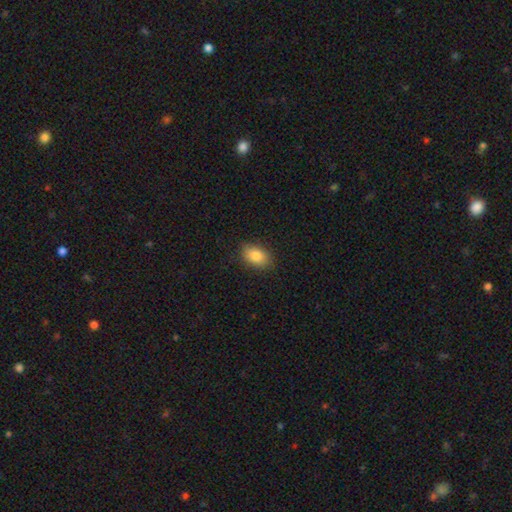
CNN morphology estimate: Q: Smooth or featured?
A: smooth (86%); runner-up: star or artifact (8%)
Q: How rounded?
A: in between (86%); runner-up: round (12%)
Q: Merging?
A: none (84%); runner-up: minor disturbance (12%)